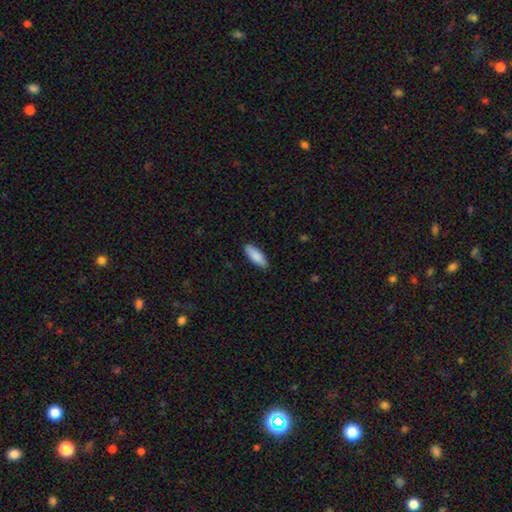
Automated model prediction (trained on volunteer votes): A smooth galaxy with no disk features (88%) that is in between round and cigar-shaped (67%).

Vote fractions:
- Smooth or featured? smooth: 88% / featured or disk: 7% / star or artifact: 5%
- How rounded? in between: 67% / cigar-shaped: 31% / round: 2%
- Merging? none: 88% / minor disturbance: 10% / major disturbance: 2% / merger: 1%